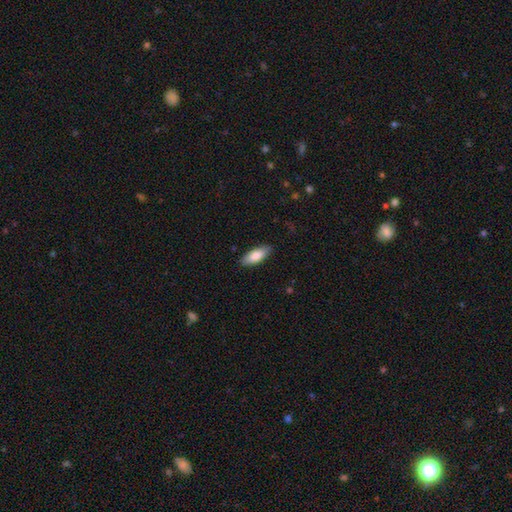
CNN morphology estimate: smooth-or-featured: smooth: 83% | featured or disk: 11% | star or artifact: 6%
  how-rounded: in between: 73% | cigar-shaped: 25% | round: 2%
  merging: none: 87% | minor disturbance: 10% | major disturbance: 2% | merger: 1%